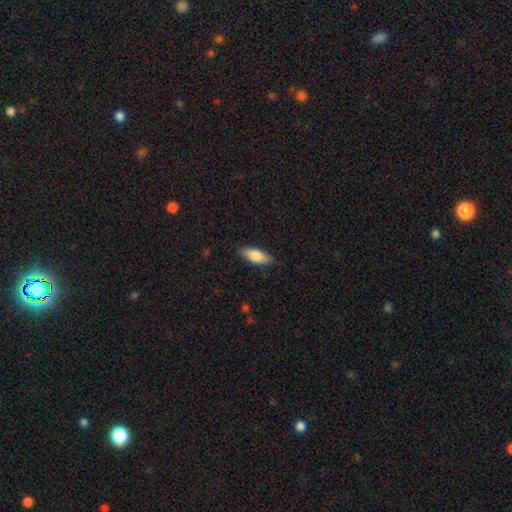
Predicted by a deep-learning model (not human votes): Smooth or featured?
  - smooth: 80% *
  - featured or disk: 15%
  - star or artifact: 6%
How rounded?
  - in between: 75% *
  - cigar-shaped: 23%
  - round: 2%
Merging?
  - none: 85% *
  - minor disturbance: 11%
  - major disturbance: 2%
  - merger: 1%